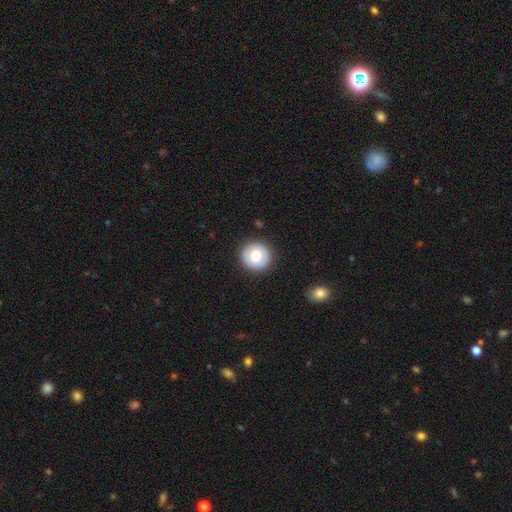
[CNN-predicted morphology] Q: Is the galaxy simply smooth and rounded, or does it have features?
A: smooth — 65%.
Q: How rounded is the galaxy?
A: round — 94%.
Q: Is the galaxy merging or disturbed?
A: none — 90%.